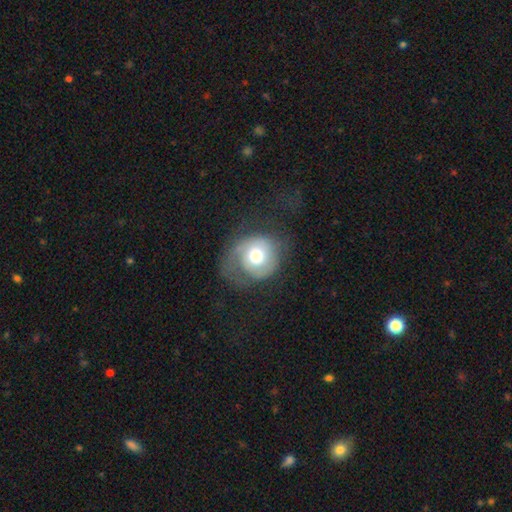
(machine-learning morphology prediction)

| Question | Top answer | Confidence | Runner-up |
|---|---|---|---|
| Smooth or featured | featured or disk | 47% | smooth (45%) |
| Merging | none | 43% | major disturbance (31%) |